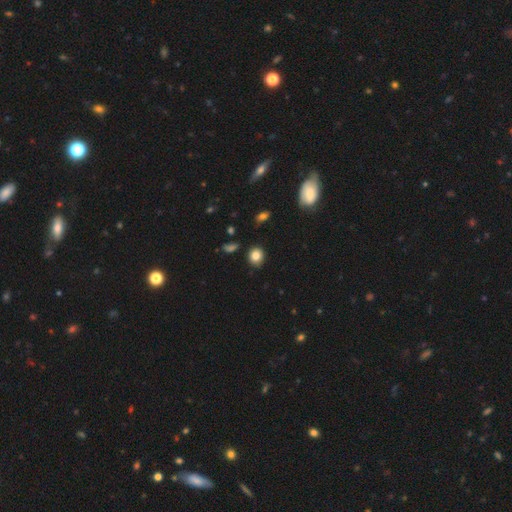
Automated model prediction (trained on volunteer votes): smooth-or-featured: smooth: 83% | star or artifact: 10% | featured or disk: 6%
  how-rounded: round: 73% | in between: 26% | cigar-shaped: 1%
  merging: none: 86% | minor disturbance: 10% | major disturbance: 2% | merger: 2%